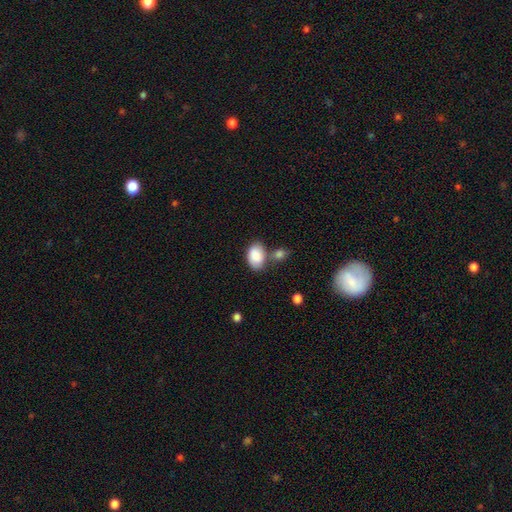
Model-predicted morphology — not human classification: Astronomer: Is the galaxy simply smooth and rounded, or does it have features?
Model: smooth — 88%.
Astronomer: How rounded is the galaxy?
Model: in between — 88%.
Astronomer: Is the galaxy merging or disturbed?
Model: none — 56%.